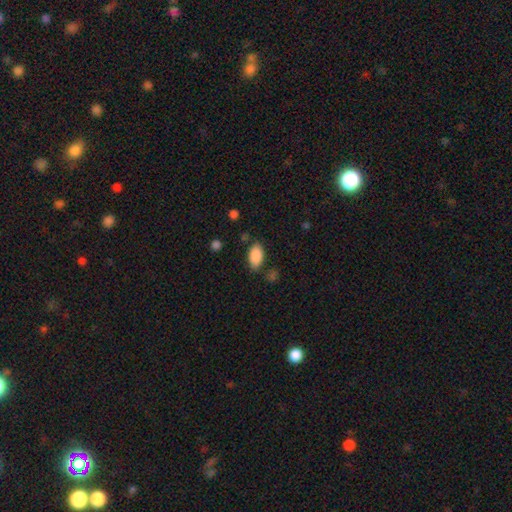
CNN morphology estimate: The model was most divided on "merging": none: 78%, minor disturbance: 15%, major disturbance: 4%, merger: 3%. More confident: how rounded — in between (94%); smooth or featured — smooth (88%).